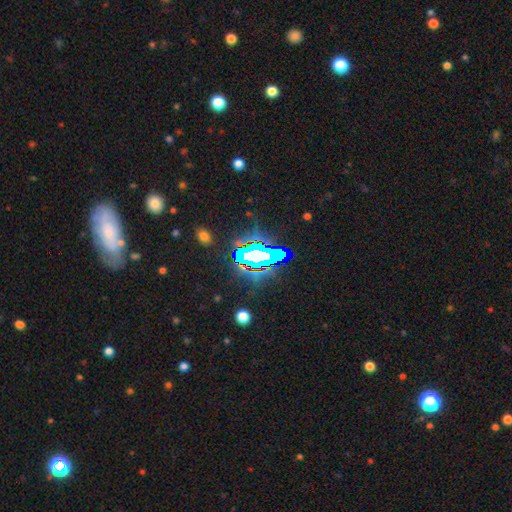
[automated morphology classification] The model was most divided on "smooth or featured": star or artifact: 64%, featured or disk: 18%, smooth: 18%.